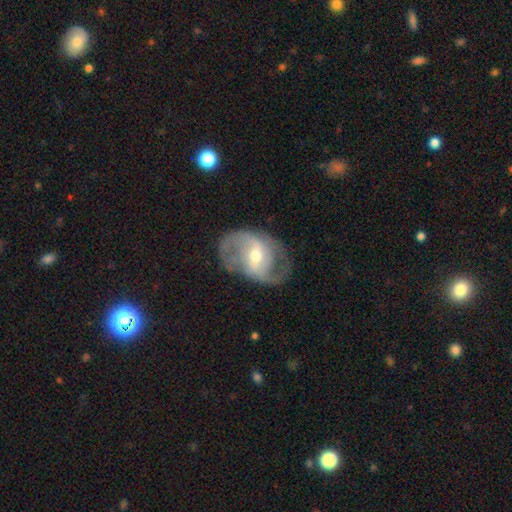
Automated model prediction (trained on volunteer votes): Smooth or featured? Predicted: featured or disk (p=0.84). Edge-on disk? Predicted: no (p=0.96). Bar? Predicted: weak (p=0.45). Spiral arms? Predicted: yes (p=0.90). Spiral winding? Predicted: medium (p=0.49). Spiral arm count? Predicted: 2 (p=0.82). Bulge size? Predicted: moderate (p=0.55). Merging? Predicted: none (p=0.72).